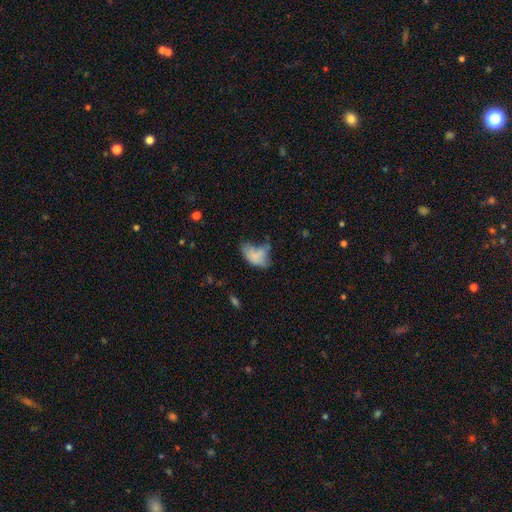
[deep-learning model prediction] The model was most divided on "merging": major disturbance: 35%, minor disturbance: 30%, none: 24%, merger: 11%. More confident: how rounded — in between (89%); smooth or featured — smooth (65%).